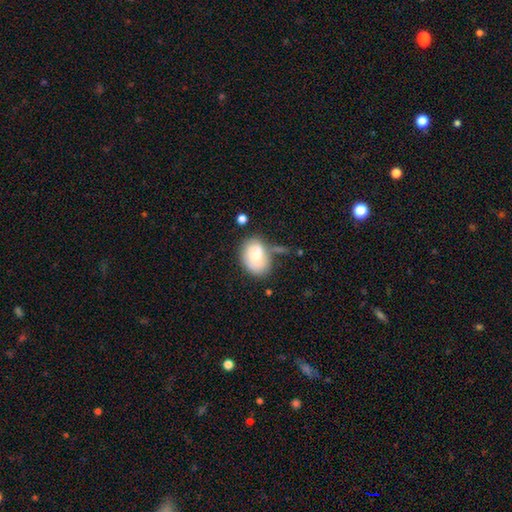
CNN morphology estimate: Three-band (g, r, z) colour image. It shows a smooth galaxy with no disk features (62%) that is in between round and cigar-shaped (74%). Merging: none (41%).